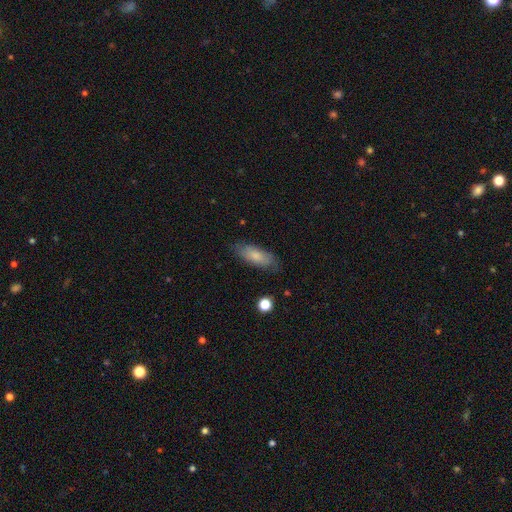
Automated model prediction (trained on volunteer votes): Smooth or featured? smooth (75%)
How rounded? in between (71%)
Merging? none (76%)